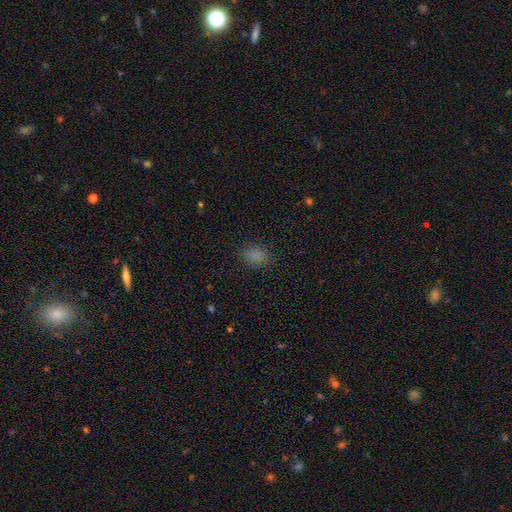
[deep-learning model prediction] Smooth or featured? smooth (77%)
How rounded? in between (62%)
Merging? none (82%)